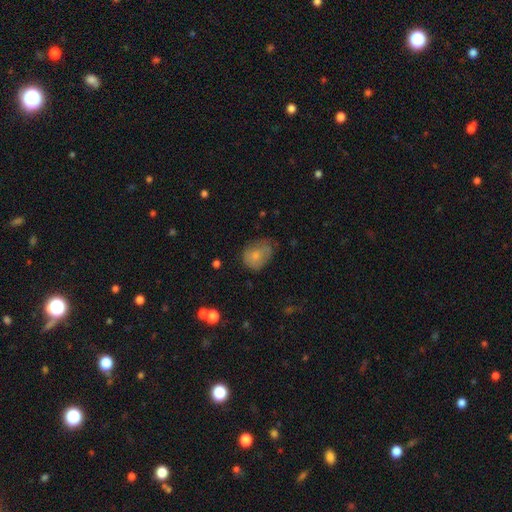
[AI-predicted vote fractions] Morphology: type=smooth (75%); roundness=in between (55%); merging=none (48%).